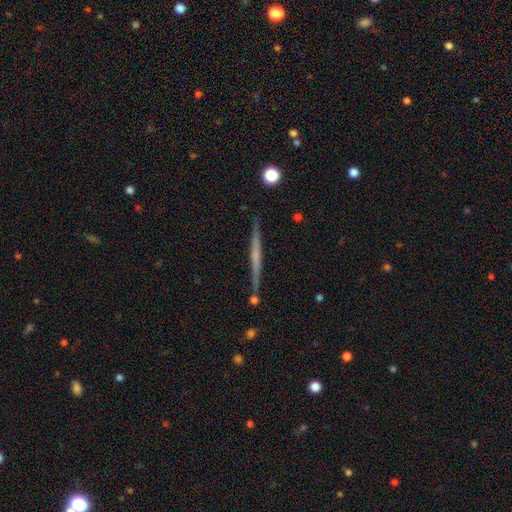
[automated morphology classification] Smooth or featured: featured or disk — 63% (smooth — 31%)
Edge-on disk: yes — 98% (no — 2%)
Edge-on bulge: none — 73% (rounded — 18%)
Merging: none — 88% (minor disturbance — 8%)